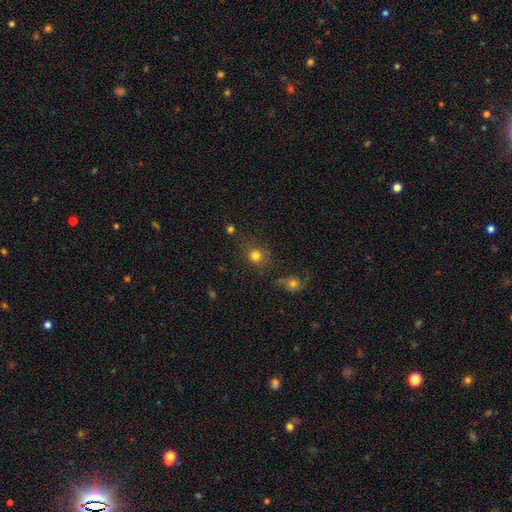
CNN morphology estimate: Smooth or featured? smooth (78%)
How rounded? round (82%)
Merging? none (70%)